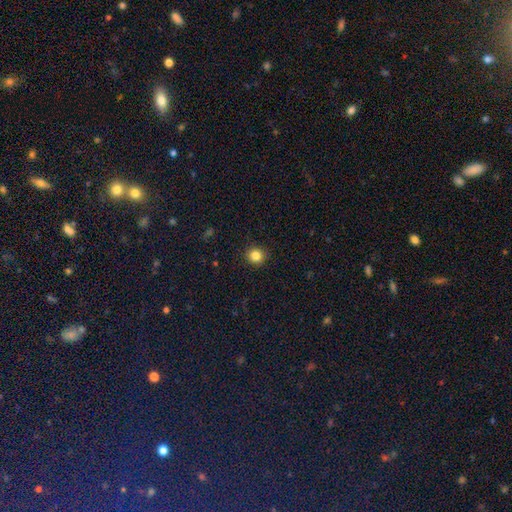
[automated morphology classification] smooth-or-featured: smooth: 84% | star or artifact: 11% | featured or disk: 5%
  how-rounded: round: 92% | in between: 7% | cigar-shaped: 1%
  merging: none: 92% | minor disturbance: 5% | major disturbance: 2% | merger: 1%